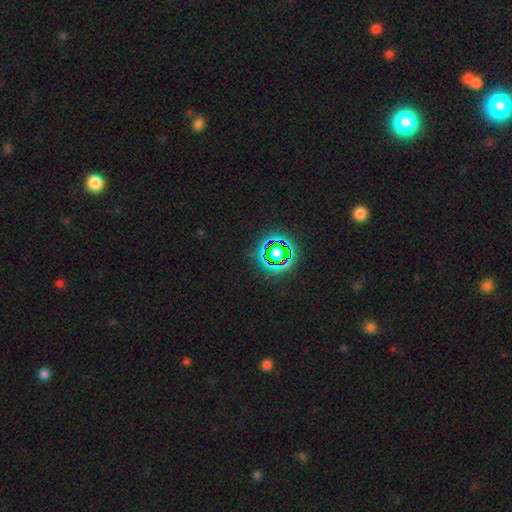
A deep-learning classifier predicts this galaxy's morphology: The model was most divided on "smooth or featured": star or artifact: 62%, smooth: 27%, featured or disk: 11%.